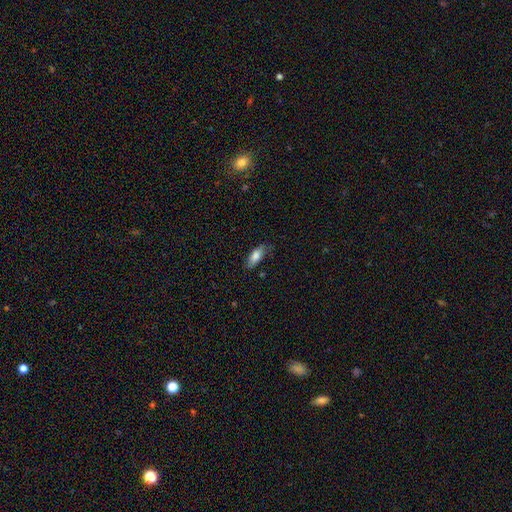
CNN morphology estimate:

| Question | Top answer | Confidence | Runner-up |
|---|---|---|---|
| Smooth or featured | smooth | 81% | featured or disk (12%) |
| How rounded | in between | 77% | cigar-shaped (21%) |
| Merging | none | 72% | minor disturbance (22%) |